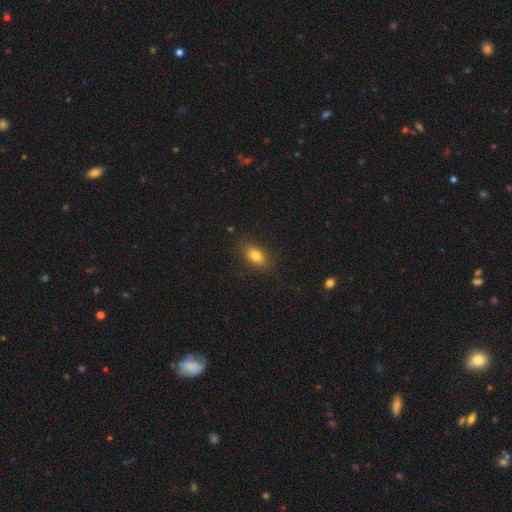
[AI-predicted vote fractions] Q: Smooth or featured?
A: smooth (81%); runner-up: star or artifact (10%)
Q: How rounded?
A: in between (85%); runner-up: round (11%)
Q: Merging?
A: none (84%); runner-up: minor disturbance (12%)